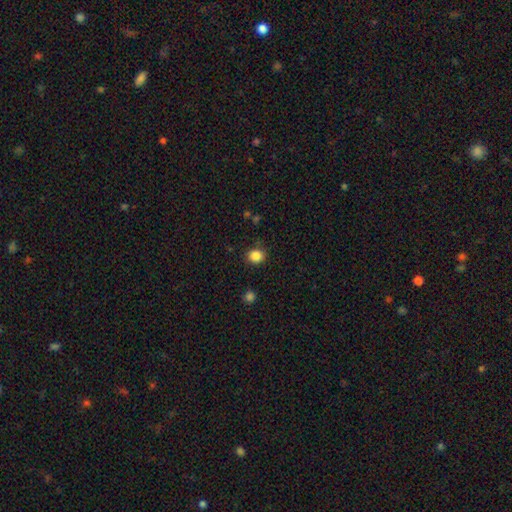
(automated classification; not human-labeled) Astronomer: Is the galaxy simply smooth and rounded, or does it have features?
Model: smooth — 86%.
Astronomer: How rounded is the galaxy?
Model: round — 74%.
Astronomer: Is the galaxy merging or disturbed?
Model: none — 85%.